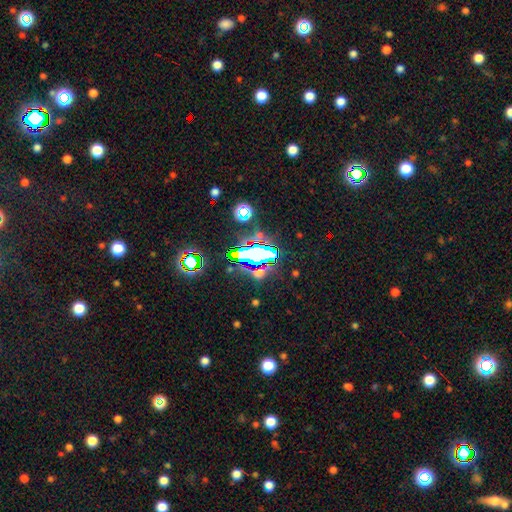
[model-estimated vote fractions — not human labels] smooth-or-featured: star or artifact: 66% | smooth: 18% | featured or disk: 16%